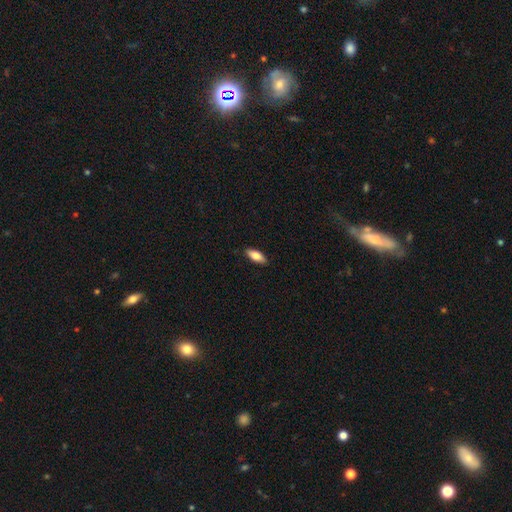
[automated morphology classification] Smooth or featured? smooth (82%)
How rounded? in between (80%)
Merging? none (88%)